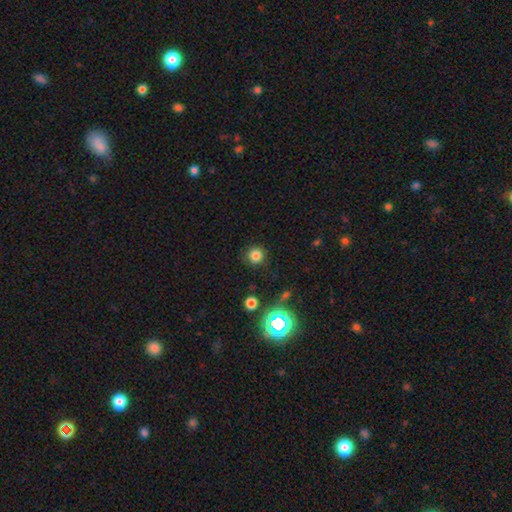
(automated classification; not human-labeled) Smooth or featured? Predicted: smooth (p=0.78). How rounded? Predicted: round (p=0.93). Merging? Predicted: none (p=0.87).